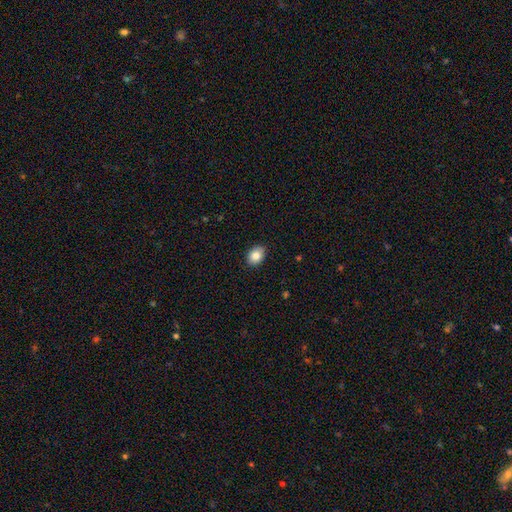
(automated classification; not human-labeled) smooth-or-featured: smooth: 85% | star or artifact: 8% | featured or disk: 7%
  how-rounded: in between: 67% | round: 32% | cigar-shaped: 1%
  merging: none: 86% | minor disturbance: 11% | major disturbance: 2% | merger: 1%